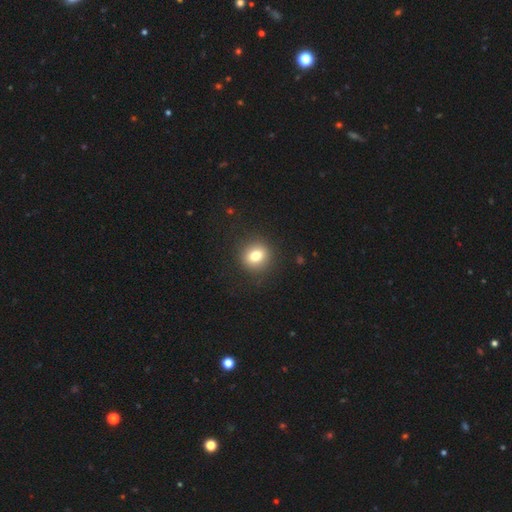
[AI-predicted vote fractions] Smooth or featured?
  - smooth: 79% *
  - star or artifact: 11%
  - featured or disk: 10%
How rounded?
  - round: 84% *
  - in between: 15%
  - cigar-shaped: 1%
Merging?
  - none: 90% *
  - minor disturbance: 7%
  - major disturbance: 3%
  - merger: 1%